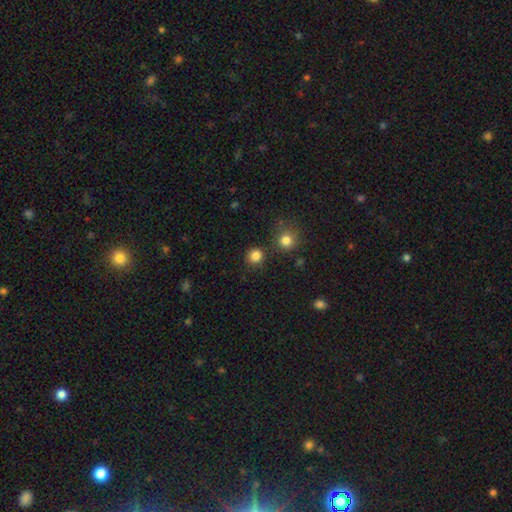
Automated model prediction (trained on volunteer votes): Smooth or featured?
  - smooth: 83% *
  - star or artifact: 13%
  - featured or disk: 4%
How rounded?
  - round: 92% *
  - in between: 7%
  - cigar-shaped: 1%
Merging?
  - none: 85% *
  - minor disturbance: 7%
  - merger: 6%
  - major disturbance: 3%